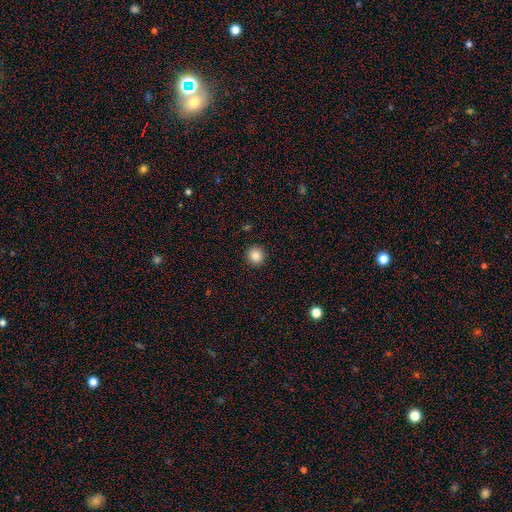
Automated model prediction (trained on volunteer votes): Morphology: type=smooth (86%); roundness=round (93%); merging=none (92%).